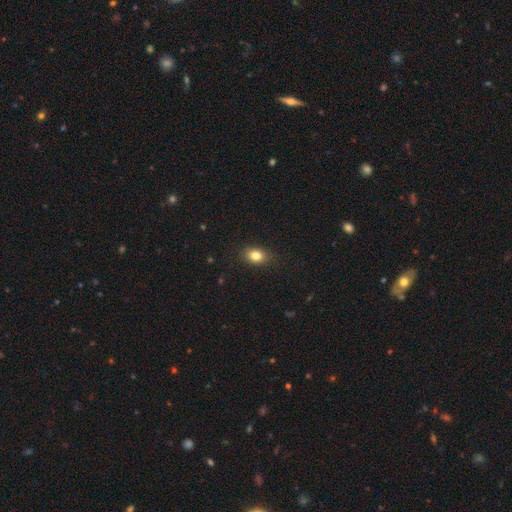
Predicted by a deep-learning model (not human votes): Smooth or featured: smooth — 82% (star or artifact — 10%)
How rounded: in between — 72% (round — 27%)
Merging: none — 87% (minor disturbance — 10%)